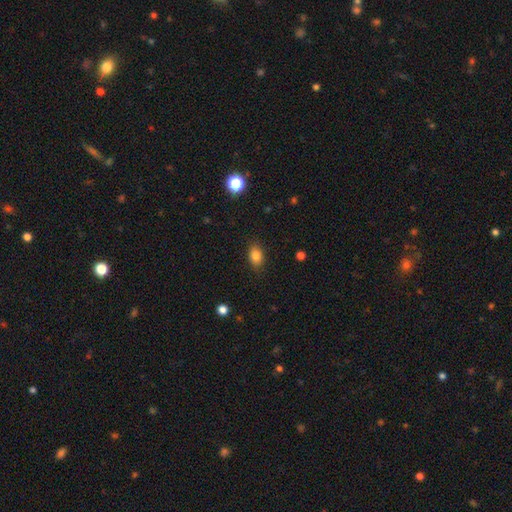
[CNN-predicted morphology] A smooth galaxy with no disk features (85%) that is in between round and cigar-shaped (82%). Merging: none (86%).